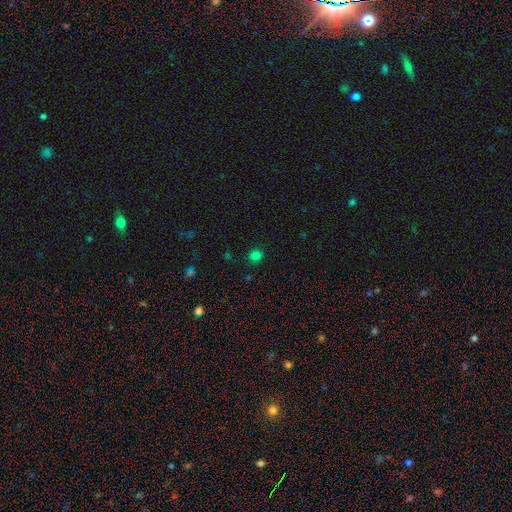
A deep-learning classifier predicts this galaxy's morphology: This is likely a smooth galaxy (78%). How rounded: clearly round (87%). Merging: clearly none (88%).